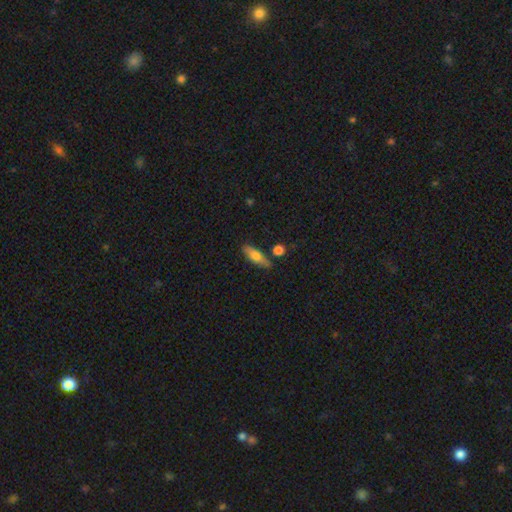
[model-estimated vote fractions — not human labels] Smooth or featured? Predicted: smooth (p=0.67). How rounded? Predicted: cigar-shaped (p=0.50). Merging? Predicted: none (p=0.76).